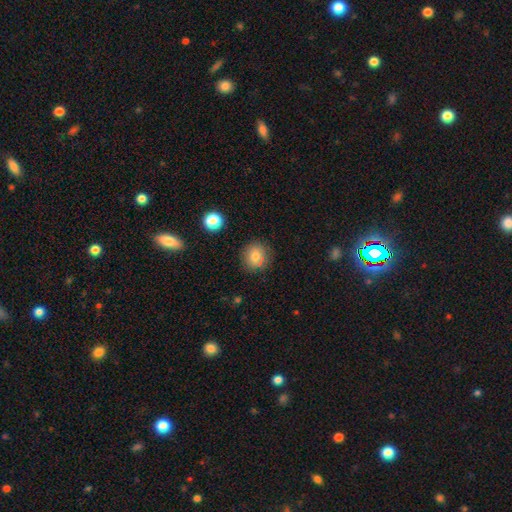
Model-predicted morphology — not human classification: A smooth galaxy with no disk features (79%) that is round (87%). Merging: none (84%).